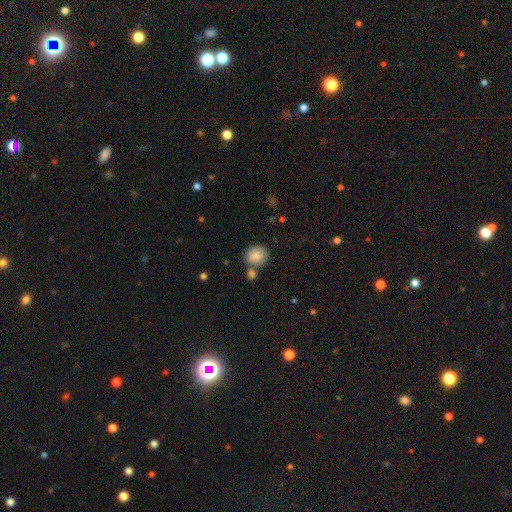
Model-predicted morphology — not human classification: This appears to be a smooth galaxy with no disk features (86%) that is round (83%). Merging: none (68%).